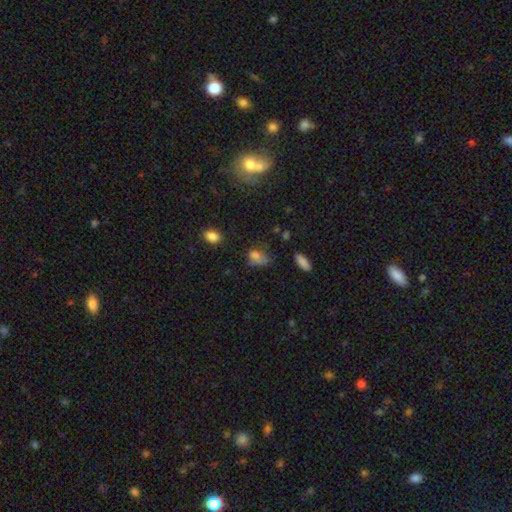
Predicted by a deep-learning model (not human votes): This is likely a smooth galaxy (73%). How rounded: likely in between (70%). Merging: marginally none (37%).